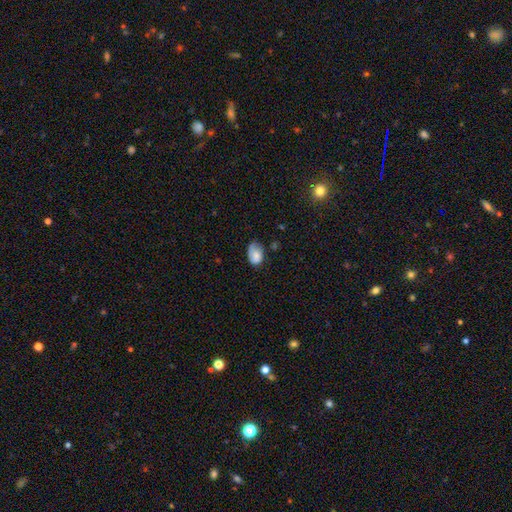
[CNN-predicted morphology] smooth_or_featured: smooth (p=0.76) [alt: featured or disk p=0.16]
how_rounded: in between (p=0.81) [alt: round p=0.17]
merging: none (p=0.45) [alt: minor disturbance p=0.38]